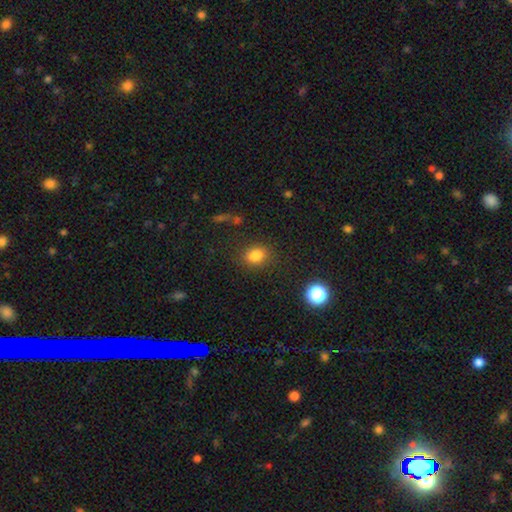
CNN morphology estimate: The model was most divided on "how rounded": in between: 57%, round: 41%, cigar-shaped: 1%. More confident: smooth or featured — smooth (82%); merging — none (82%).